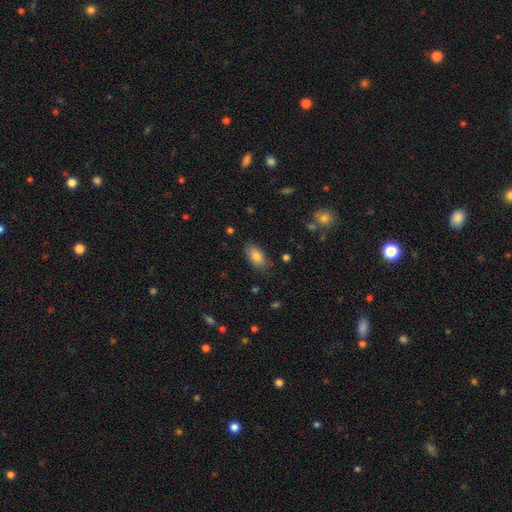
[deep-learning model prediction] Smooth or featured: smooth — 84% (featured or disk — 9%)
How rounded: in between — 92% (round — 4%)
Merging: none — 82% (minor disturbance — 13%)